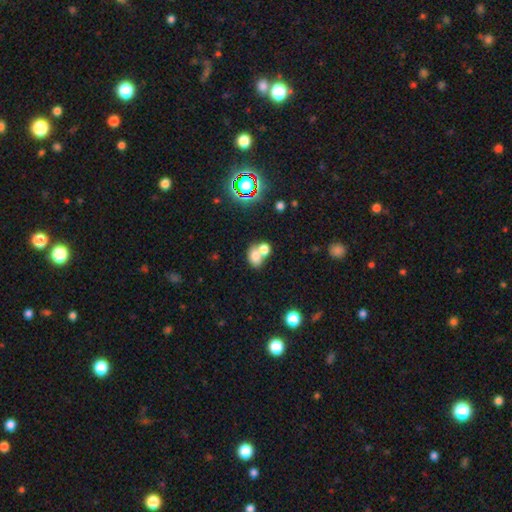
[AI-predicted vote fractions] A smooth galaxy with no disk features (73%) that is in between round and cigar-shaped (67%). Merging: merger (59%).